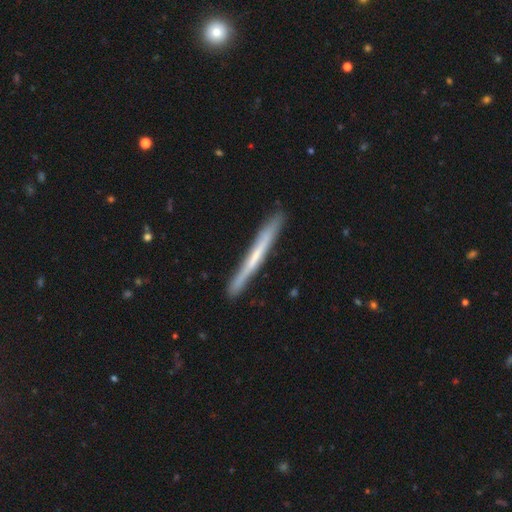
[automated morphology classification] Smooth or featured? Predicted: featured or disk (p=0.52). Edge-on disk? Predicted: yes (p=0.95). Merging? Predicted: none (p=0.88).